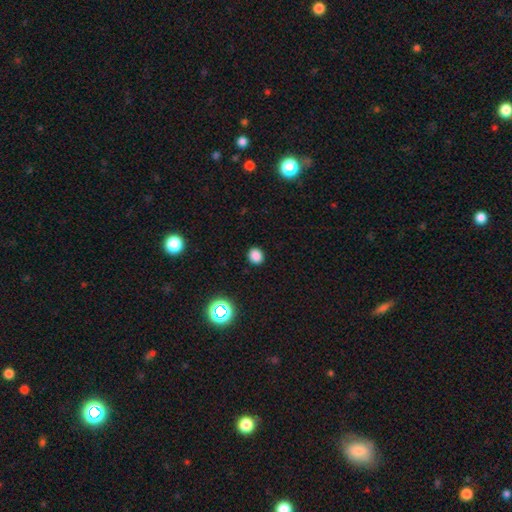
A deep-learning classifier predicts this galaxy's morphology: Overall: smooth (83%). How rounded: round (74%). Merging: none (91%).